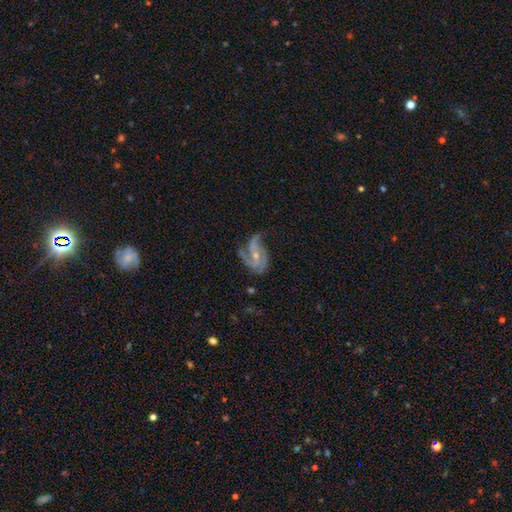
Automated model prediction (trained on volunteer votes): Q: Smooth or featured?
A: featured or disk (83%); runner-up: star or artifact (8%)
Q: Edge-on disk?
A: no (97%); runner-up: yes (3%)
Q: Bar?
A: no (50%); runner-up: weak (35%)
Q: Spiral arms?
A: yes (95%); runner-up: no (5%)
Q: Spiral winding?
A: medium (47%); runner-up: loose (27%)
Q: Spiral arm count?
A: 2 (38%); runner-up: 3 (37%)
Q: Bulge size?
A: small (59%); runner-up: moderate (37%)
Q: Merging?
A: none (51%); runner-up: minor disturbance (23%)